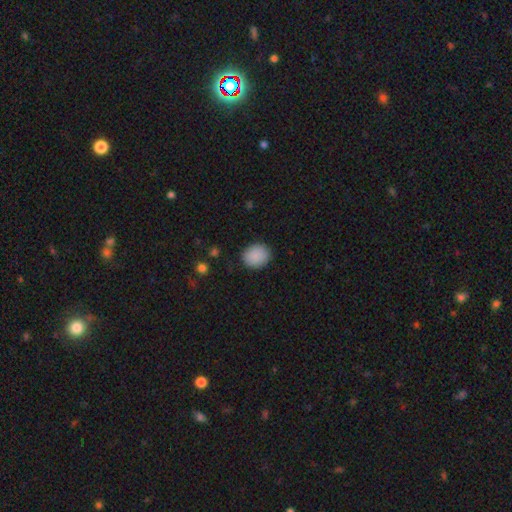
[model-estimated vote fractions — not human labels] Morphology: type=smooth (88%); roundness=round (65%); merging=none (87%).